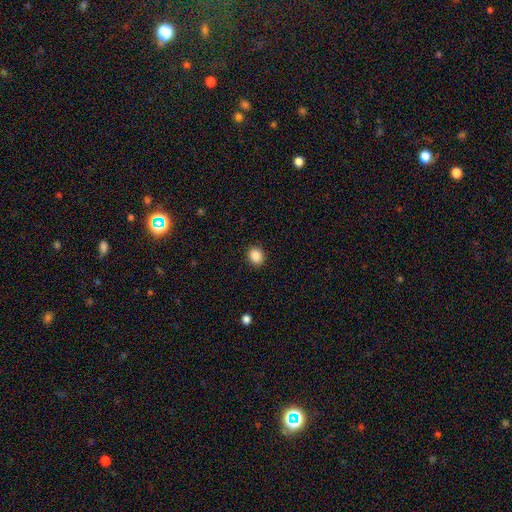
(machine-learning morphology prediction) Smooth or featured? smooth (88%)
How rounded? round (67%)
Merging? none (90%)